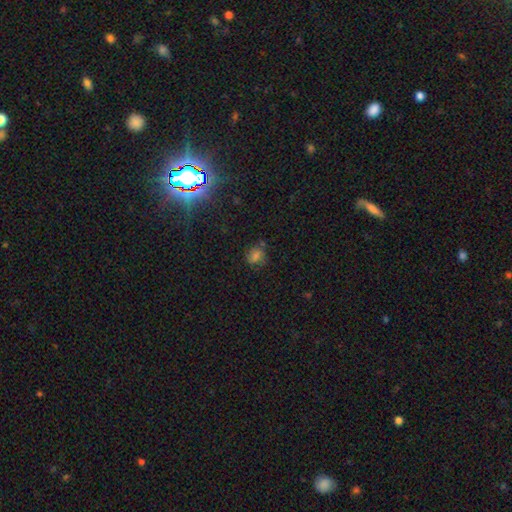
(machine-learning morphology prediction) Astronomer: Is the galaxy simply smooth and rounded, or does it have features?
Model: smooth — 56% (runner-up: star or artifact, 35%).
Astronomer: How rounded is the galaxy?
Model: round — 69%.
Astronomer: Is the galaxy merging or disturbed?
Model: none — 75%.